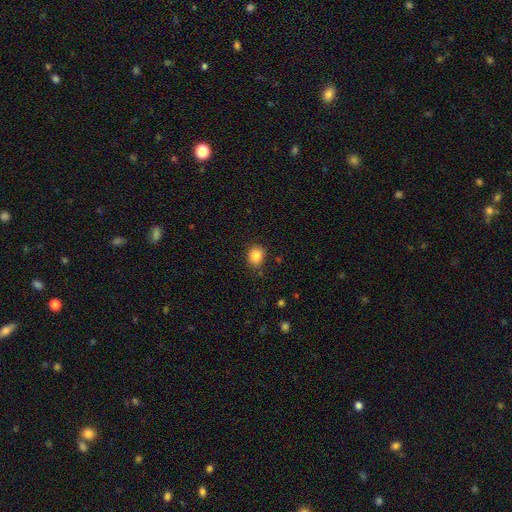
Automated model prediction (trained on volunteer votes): A smooth galaxy with no disk features (85%) that is round (62%). Merging: none (84%).